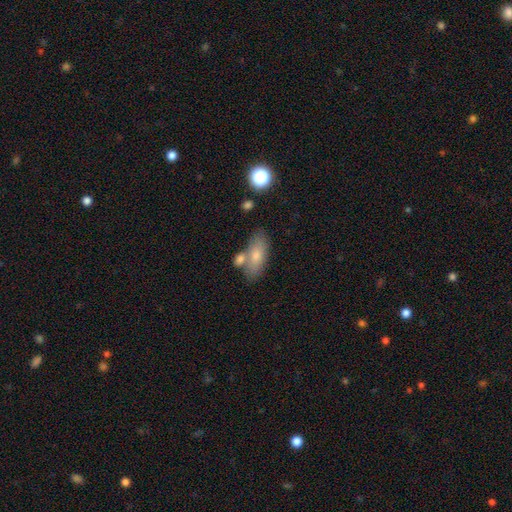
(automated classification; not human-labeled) Smooth or featured? Predicted: smooth (p=0.73). How rounded? Predicted: in between (p=0.80). Merging? Predicted: none (p=0.57).